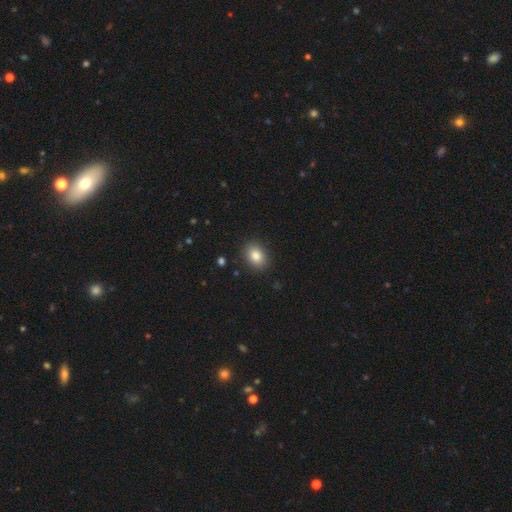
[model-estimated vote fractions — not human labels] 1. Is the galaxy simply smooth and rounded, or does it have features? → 84% smooth, 9% star or artifact, 7% featured or disk.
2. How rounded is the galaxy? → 65% in between, 34% round, 1% cigar-shaped.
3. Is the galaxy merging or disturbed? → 88% none, 8% minor disturbance, 2% major disturbance, 1% merger.